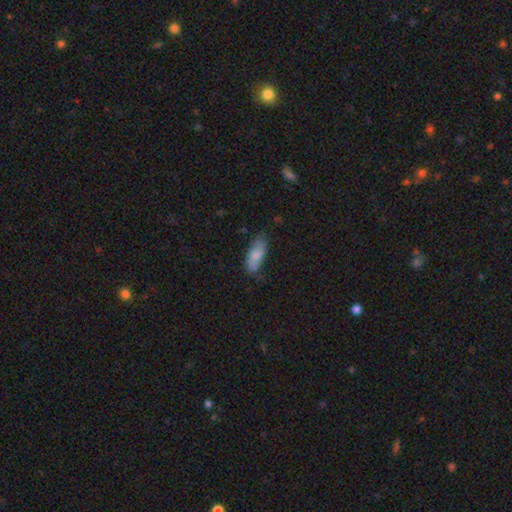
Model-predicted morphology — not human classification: Q: Smooth or featured?
A: smooth (77%); runner-up: featured or disk (16%)
Q: How rounded?
A: in between (77%); runner-up: cigar-shaped (21%)
Q: Merging?
A: none (66%); runner-up: minor disturbance (26%)